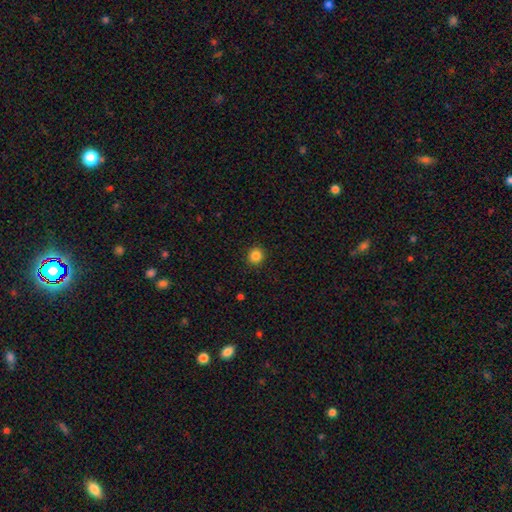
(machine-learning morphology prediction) Smooth or featured? smooth (85%)
How rounded? round (93%)
Merging? none (93%)